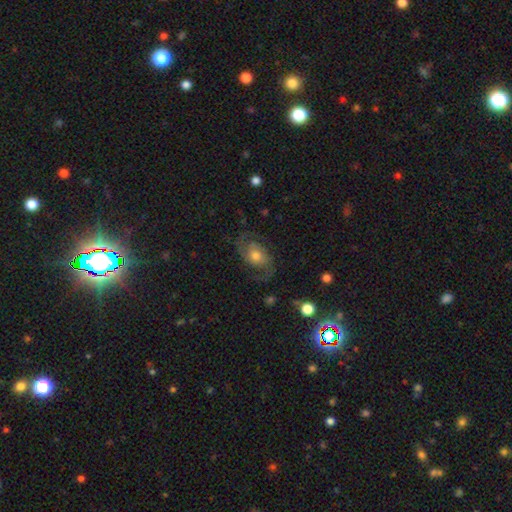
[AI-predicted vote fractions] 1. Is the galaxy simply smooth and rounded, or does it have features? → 76% featured or disk, 16% smooth, 8% star or artifact.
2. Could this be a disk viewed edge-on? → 97% no, 3% yes.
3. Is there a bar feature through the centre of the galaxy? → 68% no, 27% weak, 6% strong.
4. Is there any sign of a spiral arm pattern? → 93% yes, 7% no.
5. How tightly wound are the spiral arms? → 48% medium, 35% loose, 17% tight.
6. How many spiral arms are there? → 89% 2, 4% can't tell, 2% 1, 2% 3, 1% 4, 1% more than 4.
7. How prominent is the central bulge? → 61% moderate, 23% small, 12% large, 2% none, 2% dominant.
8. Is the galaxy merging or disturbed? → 70% none, 17% minor disturbance, 12% major disturbance, 1% merger.